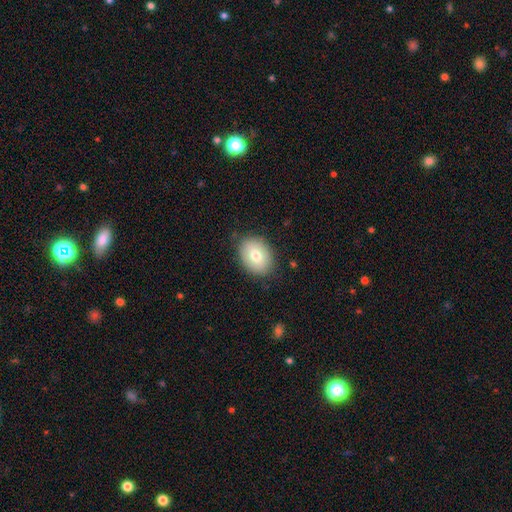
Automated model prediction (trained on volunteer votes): Q: Smooth or featured?
A: smooth (74%); runner-up: featured or disk (18%)
Q: How rounded?
A: in between (67%); runner-up: round (32%)
Q: Merging?
A: none (84%); runner-up: minor disturbance (12%)